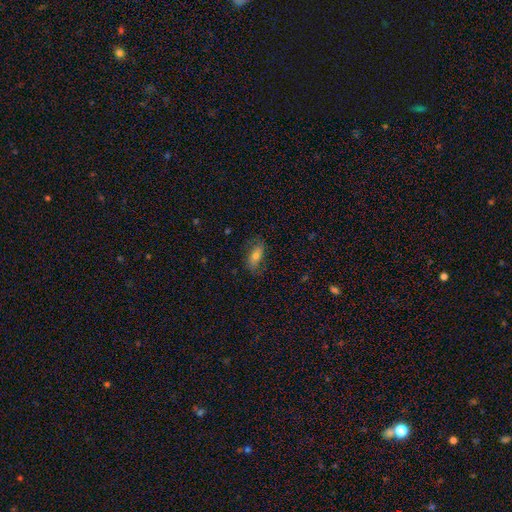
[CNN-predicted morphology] smooth_or_featured: smooth (p=0.63) [alt: featured or disk p=0.28]
how_rounded: in between (p=0.83) [alt: cigar-shaped p=0.13]
merging: none (p=0.73) [alt: minor disturbance p=0.19]